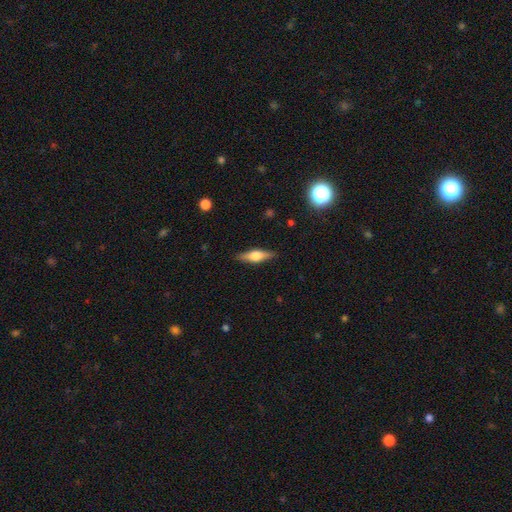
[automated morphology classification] featured or disk 51%, smooth 43%, star or artifact 7%. Down the decision tree: edge-on disk — yes (94%); merging — none (88%).